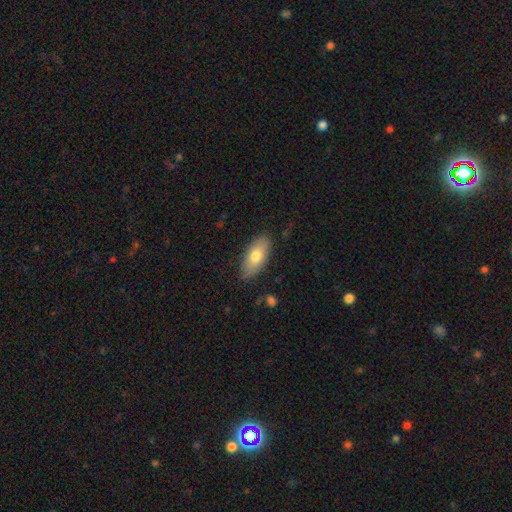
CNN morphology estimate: This appears to be a smooth galaxy with no disk features (74%) that is in between round and cigar-shaped (86%). Merging: none (82%).